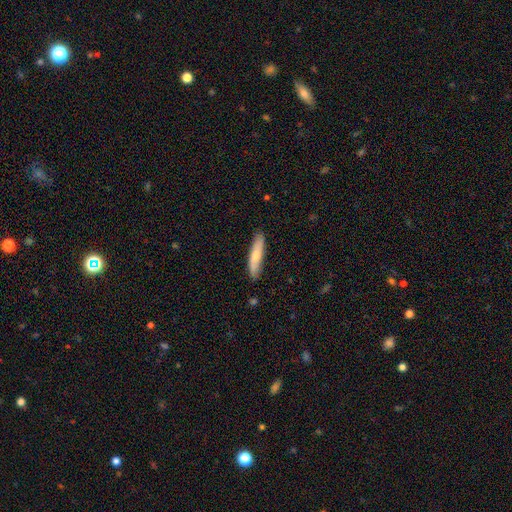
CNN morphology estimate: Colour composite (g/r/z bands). It shows a smooth galaxy with no disk features (70%) that is cigar-shaped (83%). Merging: none (86%).